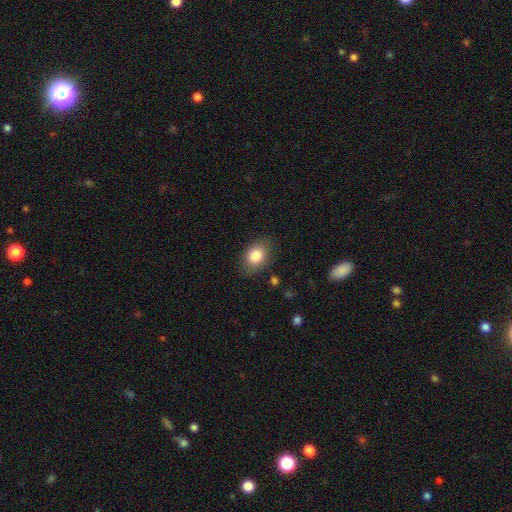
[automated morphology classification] type=smooth (83%); roundness=in between (75%); merging=none (82%).